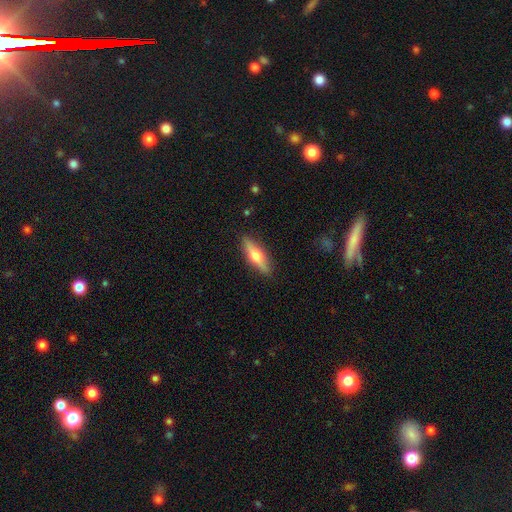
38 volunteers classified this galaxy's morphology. Smooth or featured: featured or disk — 71% (smooth — 26%)
Edge-on disk: yes — 100%
Edge-on bulge: rounded — 93% (boxy — 4%)
Merging: none — 84% (minor disturbance — 11%)